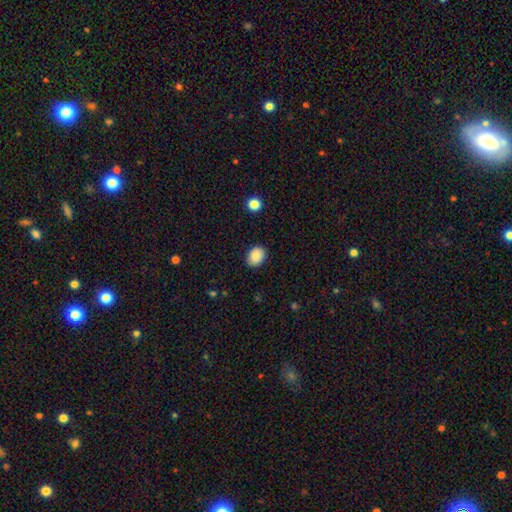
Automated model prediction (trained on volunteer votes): Morphology: type=smooth (87%); roundness=in between (54%); merging=none (87%).